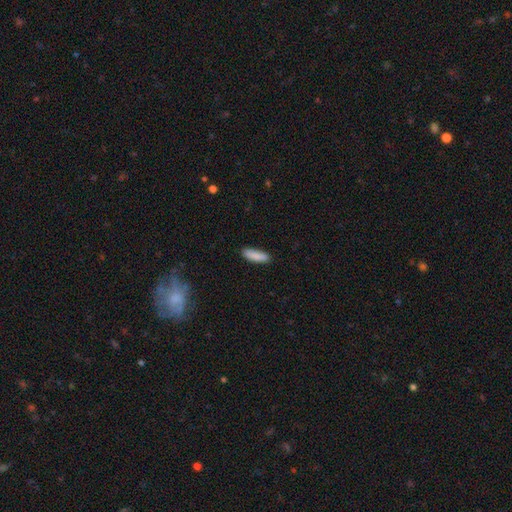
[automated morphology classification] Overall: smooth (89%). How rounded: cigar-shaped (56%; in between 43%). Merging: none (87%).